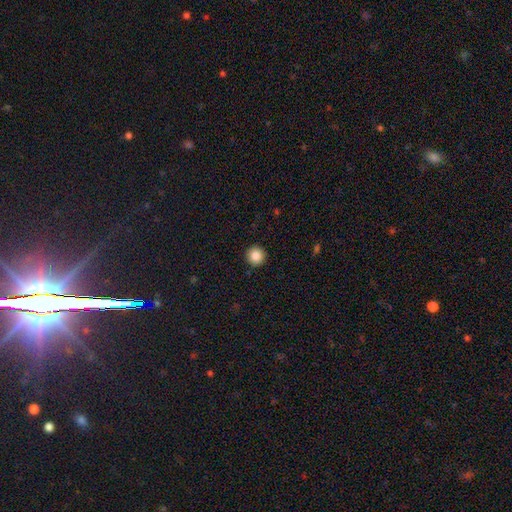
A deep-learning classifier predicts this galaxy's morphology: The model was most divided on "smooth or featured": smooth: 87%, star or artifact: 9%, featured or disk: 4%. More confident: how rounded — round (96%); merging — none (93%).